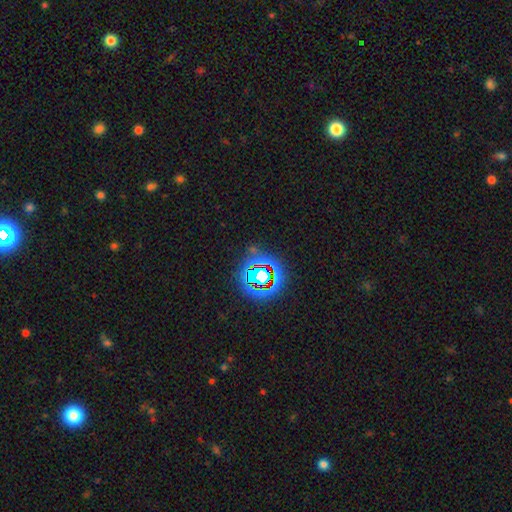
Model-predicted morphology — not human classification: smooth-or-featured: star or artifact: 77% | smooth: 13% | featured or disk: 10%